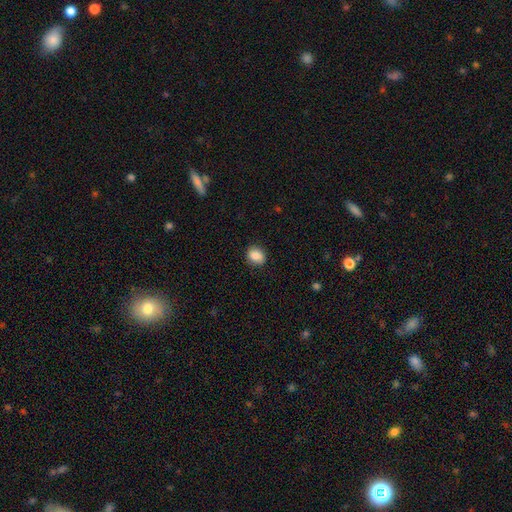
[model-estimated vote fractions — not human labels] Q: Smooth or featured?
A: smooth (86%); runner-up: star or artifact (9%)
Q: How rounded?
A: round (59%); runner-up: in between (40%)
Q: Merging?
A: none (87%); runner-up: minor disturbance (10%)